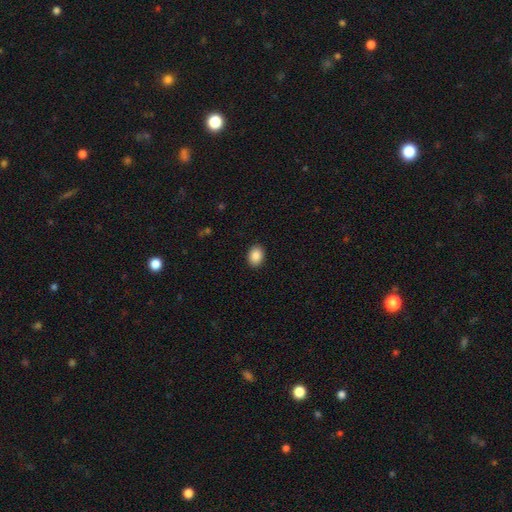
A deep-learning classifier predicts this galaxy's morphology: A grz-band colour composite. It shows a smooth galaxy with no disk features (89%) that is in between round and cigar-shaped (69%). Merging: none (91%).